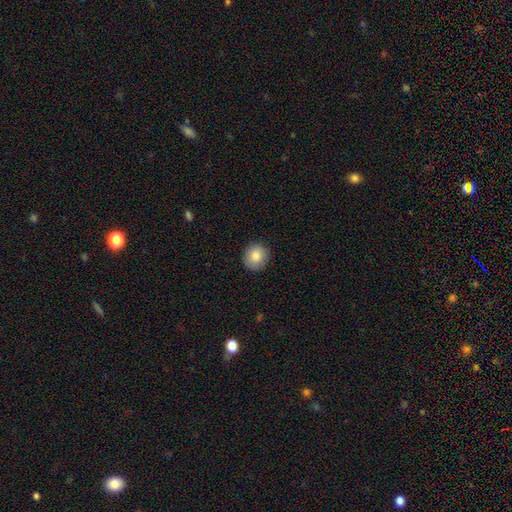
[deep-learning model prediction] smooth-or-featured: smooth: 86% | star or artifact: 8% | featured or disk: 6%
  how-rounded: round: 89% | in between: 10% | cigar-shaped: 1%
  merging: none: 89% | minor disturbance: 8% | major disturbance: 2% | merger: 1%